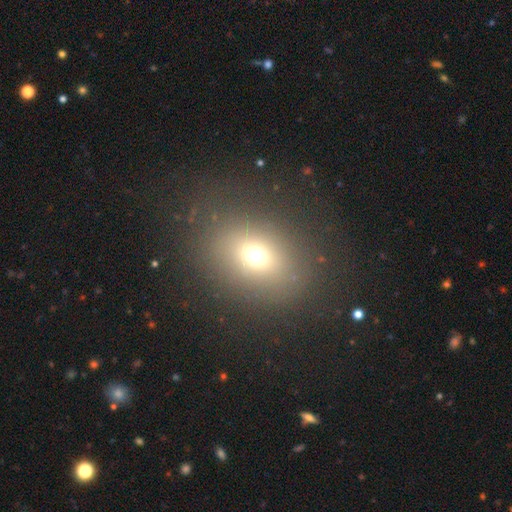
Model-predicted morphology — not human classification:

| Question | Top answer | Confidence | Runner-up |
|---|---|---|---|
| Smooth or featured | smooth | 68% | star or artifact (19%) |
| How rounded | in between | 51% | round (48%) |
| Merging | none | 79% | minor disturbance (11%) |